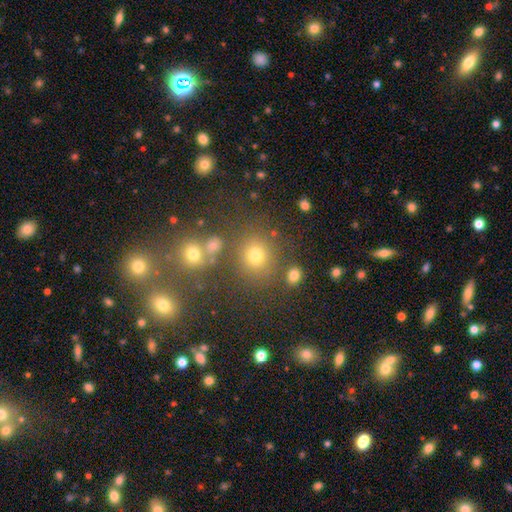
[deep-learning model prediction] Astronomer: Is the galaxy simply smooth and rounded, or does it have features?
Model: smooth — 74%.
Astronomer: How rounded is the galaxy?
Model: round — 82%.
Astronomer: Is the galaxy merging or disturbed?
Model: none — 73%.